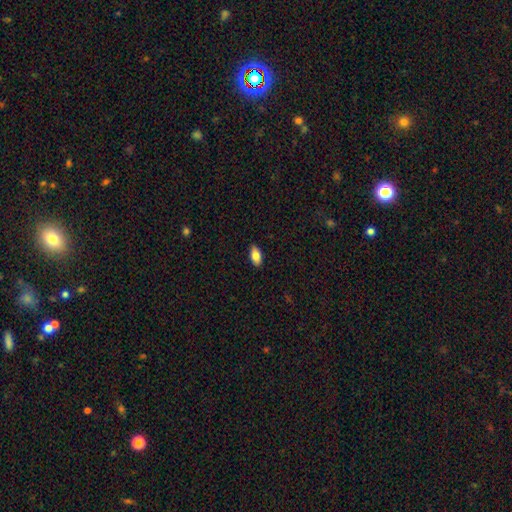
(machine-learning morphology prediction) smooth_or_featured: smooth (p=0.81) [alt: featured or disk p=0.12]
how_rounded: in between (p=0.92) [alt: cigar-shaped p=0.05]
merging: none (p=0.88) [alt: minor disturbance p=0.09]